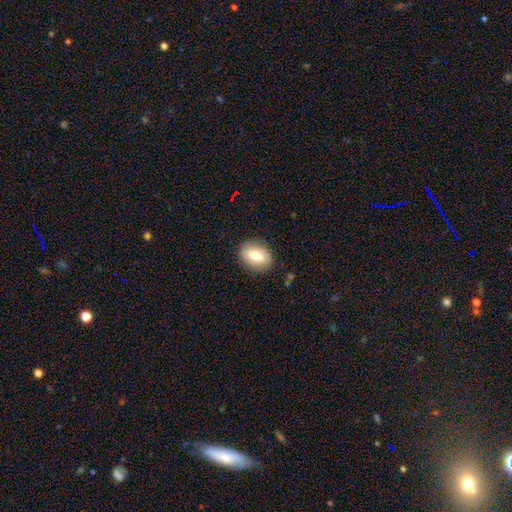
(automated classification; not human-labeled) A smooth galaxy with no disk features (69%) that is in between round and cigar-shaped (72%). Merging: none (85%).